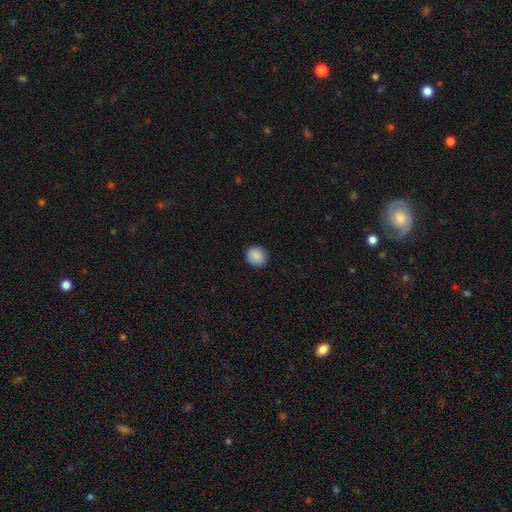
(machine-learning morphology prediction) smooth_or_featured: smooth (p=0.88) [alt: star or artifact p=0.08]
how_rounded: round (p=0.87) [alt: in between p=0.12]
merging: none (p=0.89) [alt: minor disturbance p=0.08]